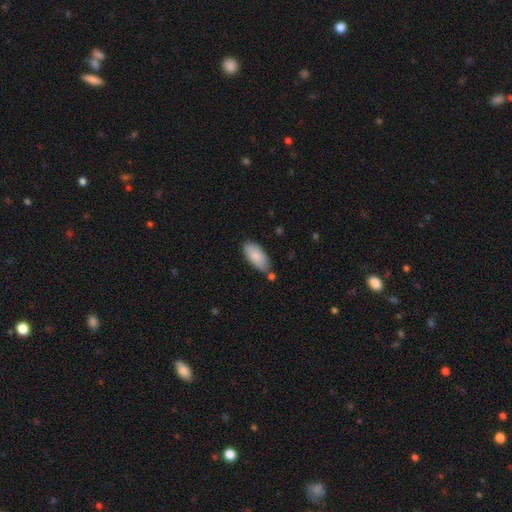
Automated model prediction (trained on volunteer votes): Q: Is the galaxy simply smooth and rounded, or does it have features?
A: smooth — 83%.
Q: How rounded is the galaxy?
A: in between — 90%.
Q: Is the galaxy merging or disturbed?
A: none — 70%.